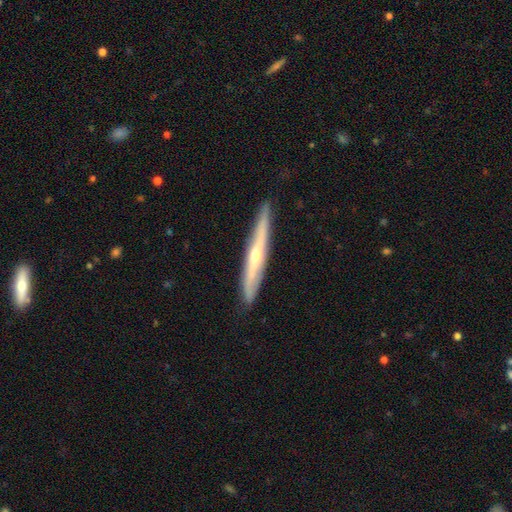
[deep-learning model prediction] Overall: featured or disk (65%; smooth 30%). Edge-on disk: yes (89%). Edge-on bulge: rounded (70%). Merging: none (86%).